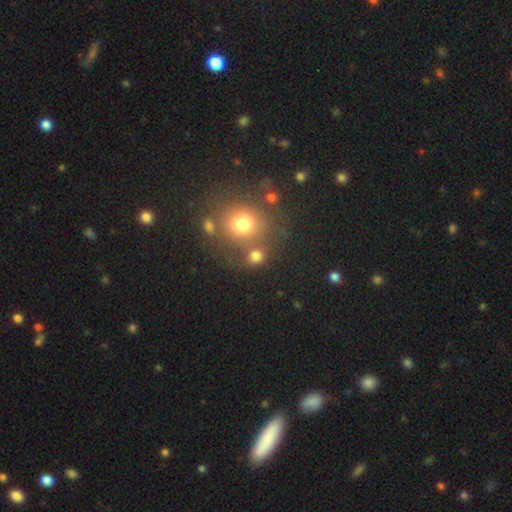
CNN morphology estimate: This appears to be a smooth galaxy with no disk features (75%) that is round (78%). Merging: none (64%).